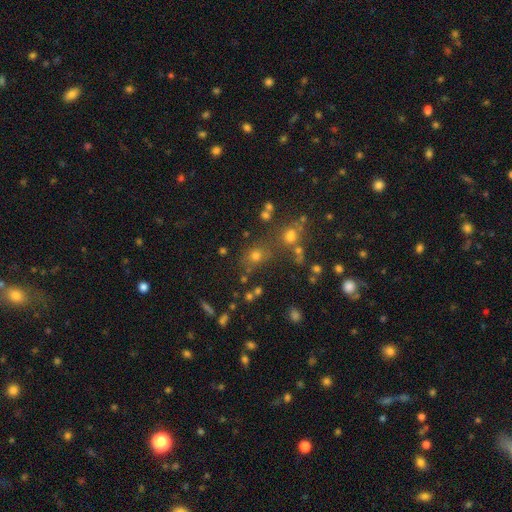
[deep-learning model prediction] A smooth galaxy with no disk features (64%) that is round (73%). Merging: none (64%).